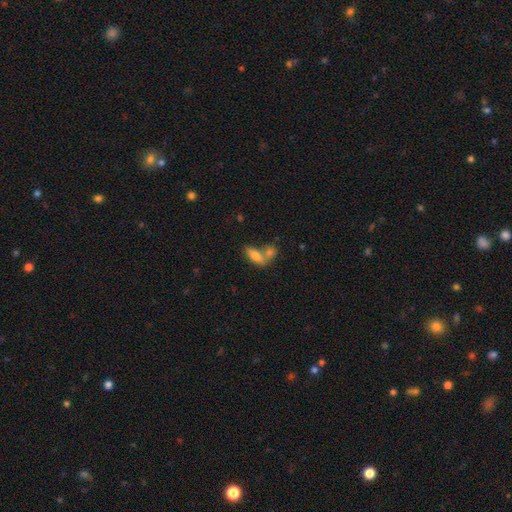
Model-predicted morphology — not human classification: Overall: smooth (74%). How rounded: in between (79%). Merging: merger (51%; none 35%).